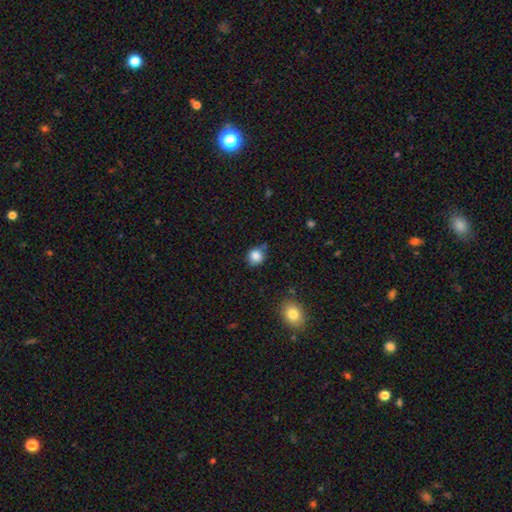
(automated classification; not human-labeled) A smooth galaxy with no disk features (85%) that is round (83%). Merging: none (72%).